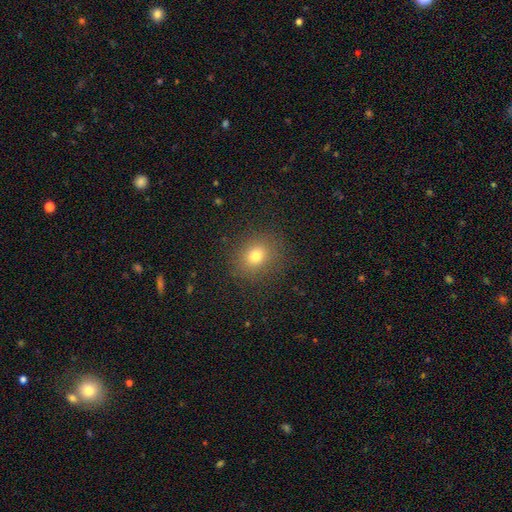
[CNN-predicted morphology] A smooth galaxy with no disk features (76%) that is round (69%). Merging: none (86%).